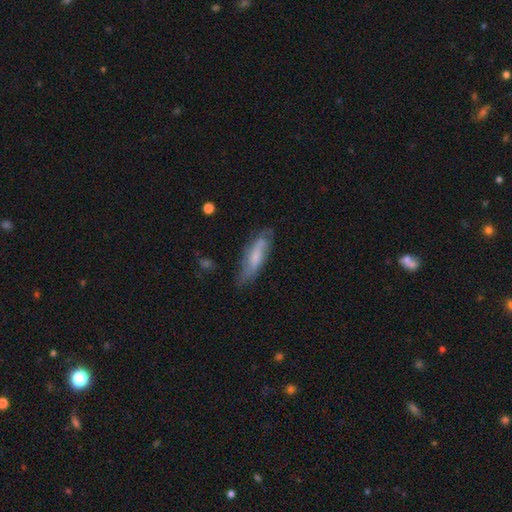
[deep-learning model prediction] The model was most divided on "smooth or featured": smooth: 51%, featured or disk: 42%, star or artifact: 7%. More confident: merging — none (65%); how rounded — cigar-shaped (54%).